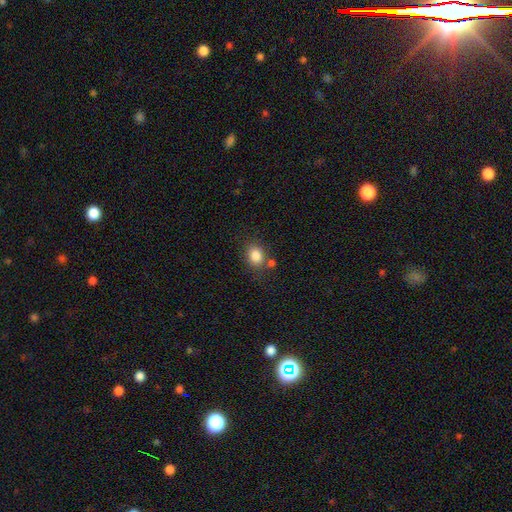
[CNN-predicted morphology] This is clearly a smooth galaxy (84%). How rounded: possibly round (53%). Merging: likely none (69%).